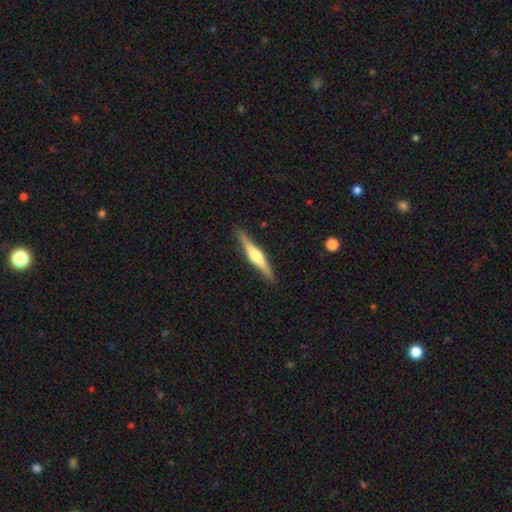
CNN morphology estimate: A featured or disk galaxy (69%) viewed edge-on (97%) with a rounded central bulge (81%).

Vote fractions:
- Smooth or featured? featured or disk: 69% / smooth: 26% / star or artifact: 5%
- Edge-on disk? yes: 97% / no: 3%
- Edge-on bulge? rounded: 81% / boxy: 14% / none: 5%
- Merging? none: 90% / minor disturbance: 8% / major disturbance: 2% / merger: 1%